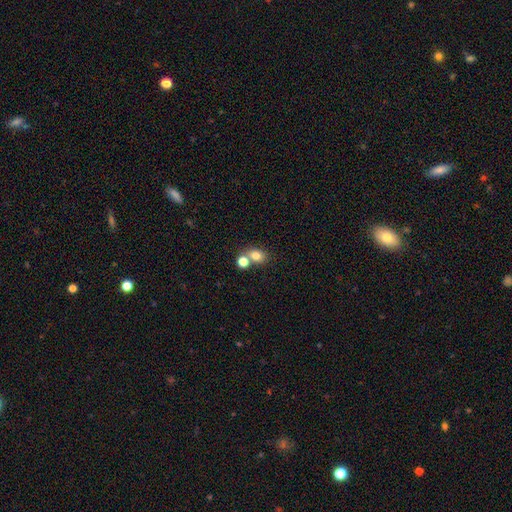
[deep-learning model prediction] This is likely a smooth galaxy (78%). How rounded: possibly round (53%). Merging: possibly none (52%).